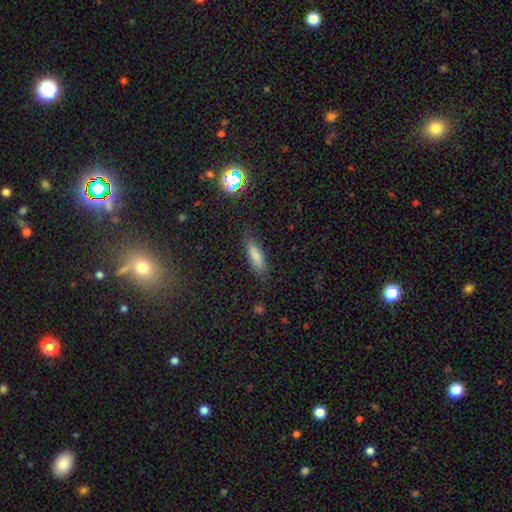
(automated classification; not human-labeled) Q: Smooth or featured?
A: smooth (81%); runner-up: featured or disk (10%)
Q: How rounded?
A: in between (53%); runner-up: cigar-shaped (45%)
Q: Merging?
A: none (81%); runner-up: minor disturbance (14%)